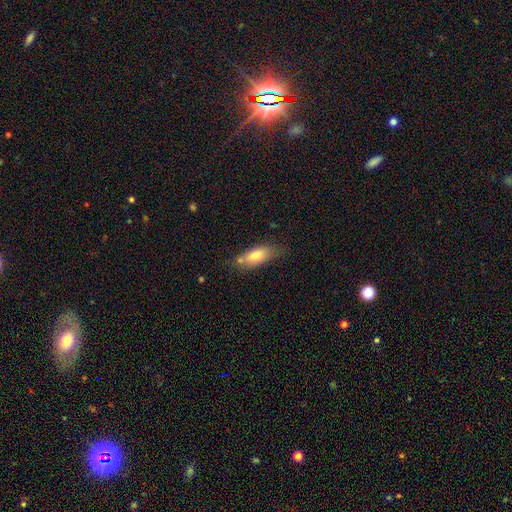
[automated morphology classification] Smooth or featured? Predicted: smooth (p=0.74). How rounded? Predicted: in between (p=0.76). Merging? Predicted: none (p=0.63).